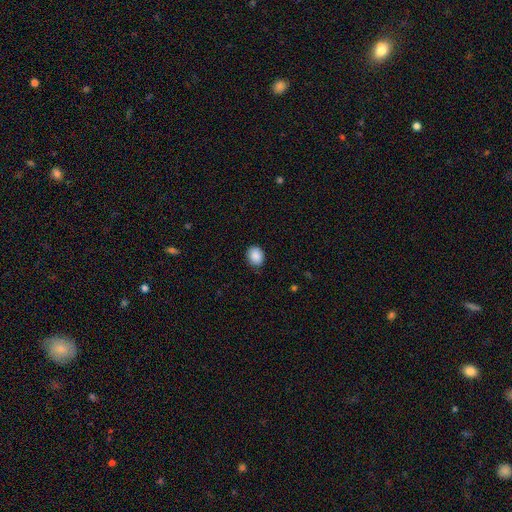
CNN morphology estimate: A smooth galaxy with no disk features (89%) that is round (53%).

Vote fractions:
- Smooth or featured? smooth: 89% / star or artifact: 8% / featured or disk: 3%
- How rounded? round: 53% / in between: 47% / cigar-shaped: 1%
- Merging? none: 85% / minor disturbance: 12% / major disturbance: 2% / merger: 1%